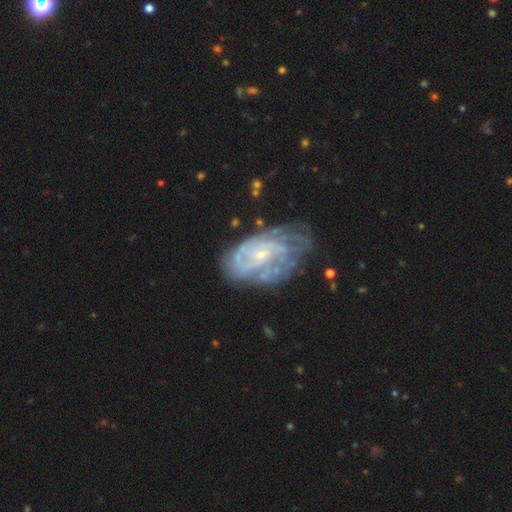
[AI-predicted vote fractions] A featured or disk galaxy (77%) with no bar (65%), tight (64%) spiral arms (84%) and a small central bulge (74%).

Vote fractions:
- Smooth or featured? featured or disk: 77% / smooth: 14% / star or artifact: 9%
- Edge-on disk? no: 96% / yes: 4%
- Bar? no: 65% / weak: 28% / strong: 7%
- Spiral arms? yes: 84% / no: 16%
- Spiral winding? tight: 64% / medium: 27% / loose: 9%
- Spiral arm count? can't tell: 52% / 2: 16% / 3: 11% / 4: 10% / more than 4: 6% / 1: 5%
- Bulge size? small: 74% / moderate: 20% / none: 4% / large: 1% / dominant: 1%
- Merging? none: 61% / minor disturbance: 24% / major disturbance: 12% / merger: 3%